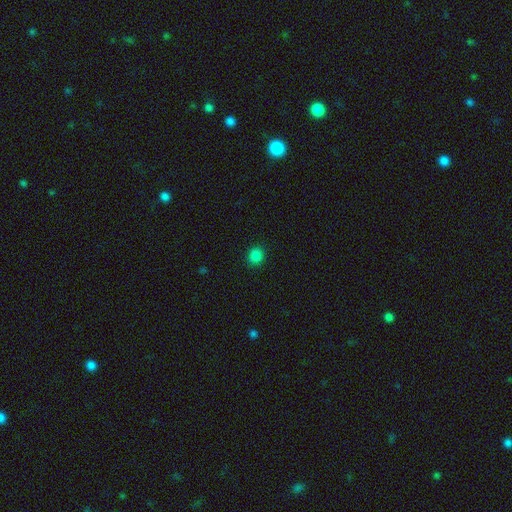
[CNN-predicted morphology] Smooth or featured? smooth (84%)
How rounded? round (82%)
Merging? none (91%)